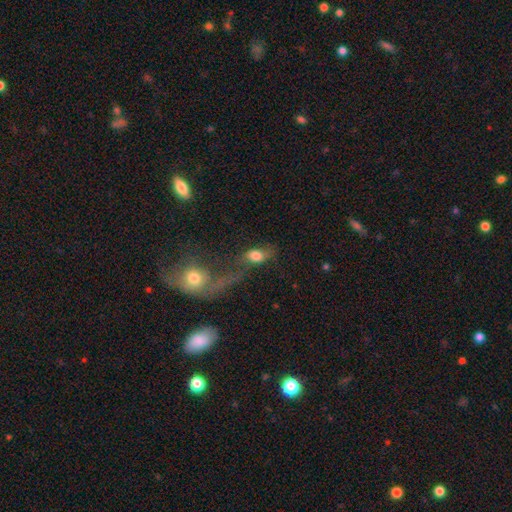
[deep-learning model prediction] A smooth galaxy with no disk features (69%) that is in between round and cigar-shaped (76%).

Vote fractions:
- Smooth or featured? smooth: 69% / featured or disk: 21% / star or artifact: 10%
- How rounded? in between: 76% / round: 18% / cigar-shaped: 7%
- Merging? merger: 36% / none: 26% / major disturbance: 23% / minor disturbance: 14%